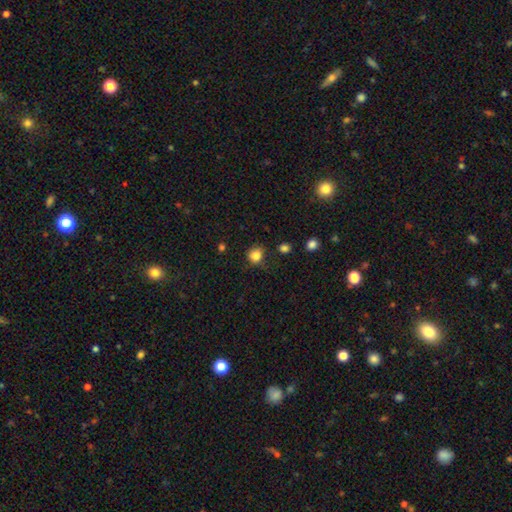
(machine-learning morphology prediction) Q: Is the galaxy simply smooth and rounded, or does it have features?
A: smooth — 84%.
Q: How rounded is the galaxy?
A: round — 80%.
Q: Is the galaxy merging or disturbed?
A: none — 71%.